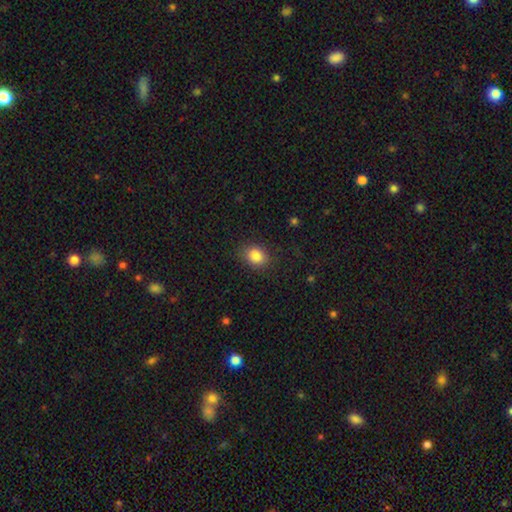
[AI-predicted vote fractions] Overall: smooth (85%). How rounded: in between (63%; round 36%). Merging: none (81%).